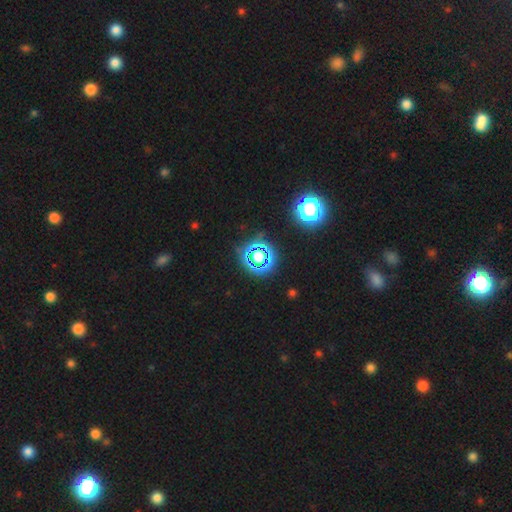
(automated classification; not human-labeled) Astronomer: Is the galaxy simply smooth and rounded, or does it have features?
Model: star or artifact — 72%.